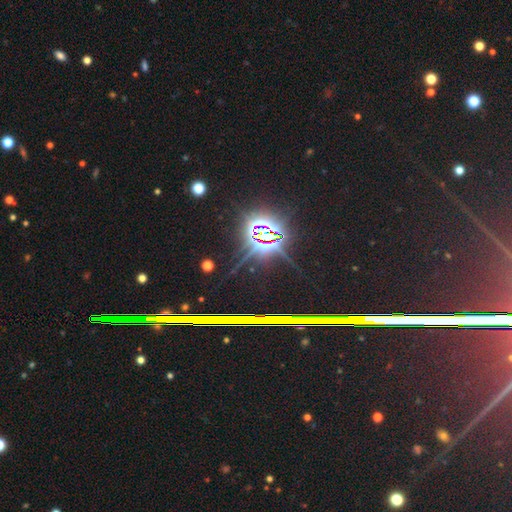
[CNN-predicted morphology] The model was most divided on "smooth or featured": star or artifact: 80%, smooth: 11%, featured or disk: 9%.